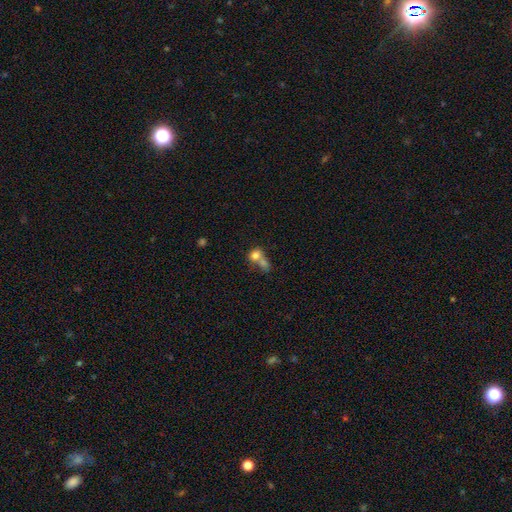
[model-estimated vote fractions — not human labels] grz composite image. It shows a smooth galaxy with no disk features (74%) that is round (58%). Merging: merger (62%).